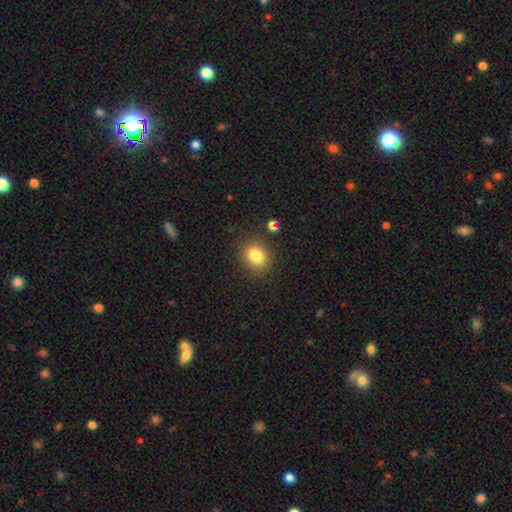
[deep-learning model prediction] smooth-or-featured: smooth: 81% | star or artifact: 12% | featured or disk: 7%
  how-rounded: round: 72% | in between: 27% | cigar-shaped: 1%
  merging: none: 85% | minor disturbance: 9% | major disturbance: 3% | merger: 3%